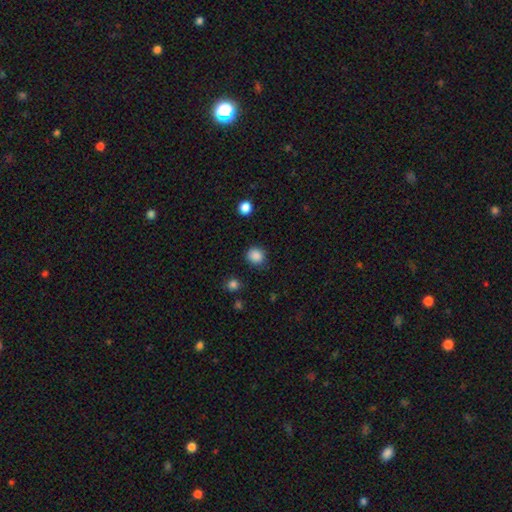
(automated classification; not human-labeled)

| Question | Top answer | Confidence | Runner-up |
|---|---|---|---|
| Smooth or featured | smooth | 87% | star or artifact (11%) |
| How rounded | round | 85% | in between (14%) |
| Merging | none | 86% | minor disturbance (9%) |